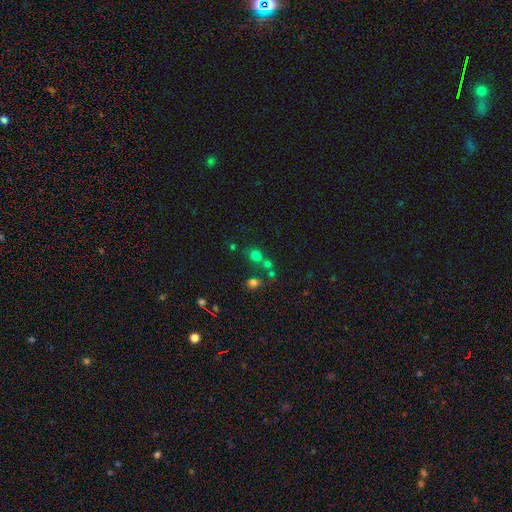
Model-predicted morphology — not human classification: A smooth galaxy with no disk features (67%) that is round (79%).

Vote fractions:
- Smooth or featured? smooth: 67% / star or artifact: 23% / featured or disk: 9%
- How rounded? round: 79% / in between: 20% / cigar-shaped: 1%
- Merging? none: 59% / merger: 27% / minor disturbance: 9% / major disturbance: 5%